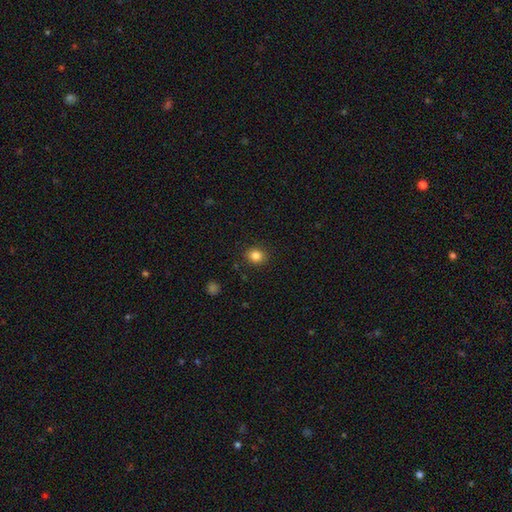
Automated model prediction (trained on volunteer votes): Smooth or featured? Predicted: smooth (p=0.84). How rounded? Predicted: round (p=0.72). Merging? Predicted: none (p=0.89).